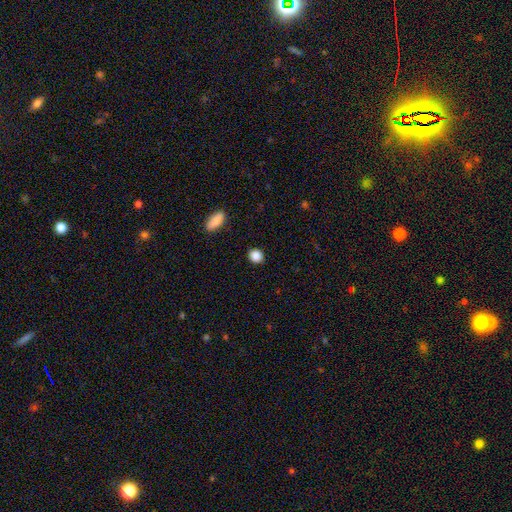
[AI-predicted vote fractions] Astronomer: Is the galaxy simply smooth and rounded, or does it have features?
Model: smooth — 88%.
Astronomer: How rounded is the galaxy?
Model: round — 75%.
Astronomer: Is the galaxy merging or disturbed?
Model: none — 90%.